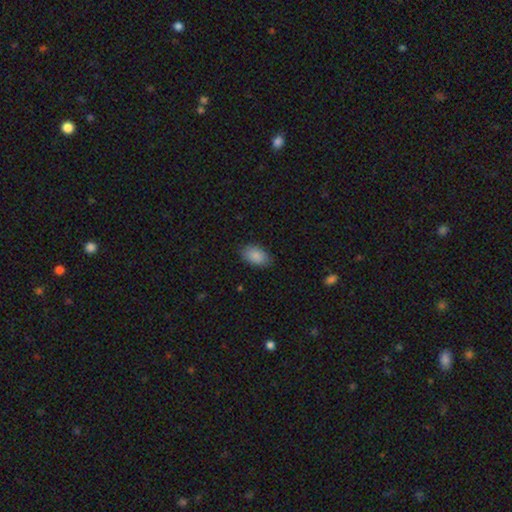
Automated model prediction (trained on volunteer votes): Morphology: type=smooth (89%); roundness=in between (92%); merging=none (86%).